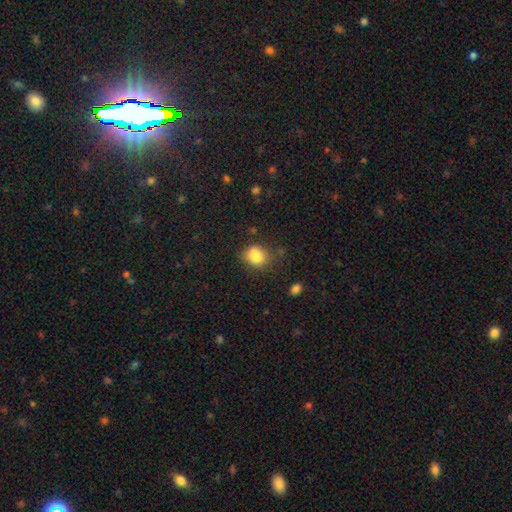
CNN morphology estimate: This is clearly a smooth galaxy (81%). How rounded: possibly round (50%). Merging: likely none (61%).